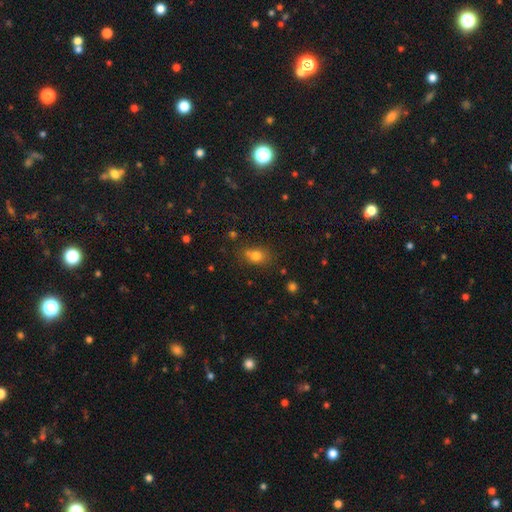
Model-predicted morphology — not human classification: Q: Smooth or featured?
A: smooth (76%); runner-up: star or artifact (14%)
Q: How rounded?
A: in between (61%); runner-up: round (37%)
Q: Merging?
A: none (60%); runner-up: minor disturbance (20%)